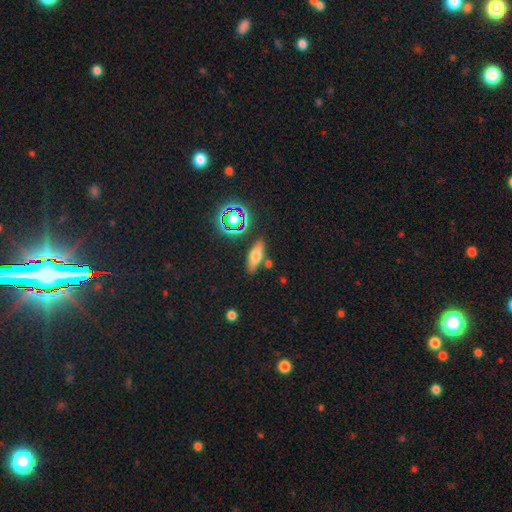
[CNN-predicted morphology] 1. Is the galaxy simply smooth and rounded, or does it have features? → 57% smooth, 28% featured or disk, 15% star or artifact.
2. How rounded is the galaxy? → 56% in between, 37% cigar-shaped, 7% round.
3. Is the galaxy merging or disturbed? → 79% none, 12% minor disturbance, 6% merger, 3% major disturbance.